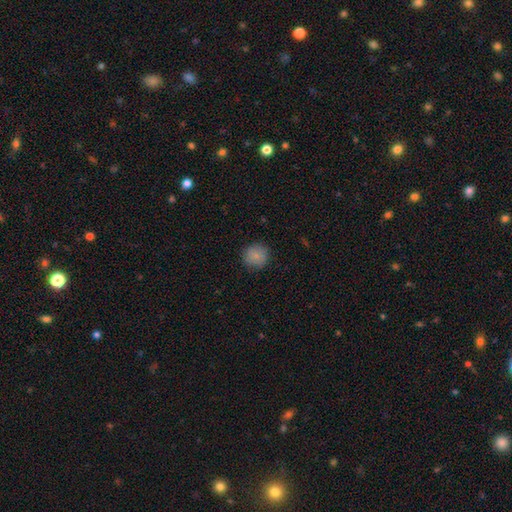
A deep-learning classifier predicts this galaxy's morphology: This is clearly a smooth galaxy (85%). How rounded: clearly round (91%). Merging: clearly none (88%).